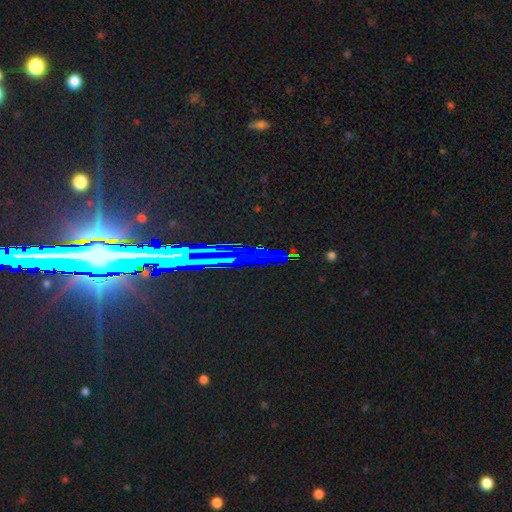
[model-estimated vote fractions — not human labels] Morphology: type=star or artifact (74%).